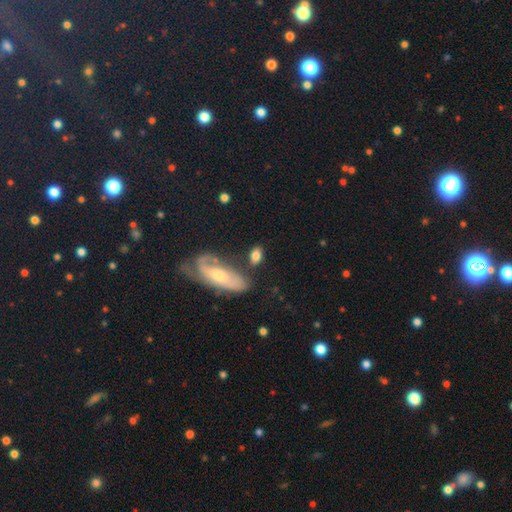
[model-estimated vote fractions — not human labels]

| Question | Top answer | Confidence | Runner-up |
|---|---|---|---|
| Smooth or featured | smooth | 75% | featured or disk (18%) |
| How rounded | in between | 83% | round (9%) |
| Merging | none | 63% | minor disturbance (17%) |